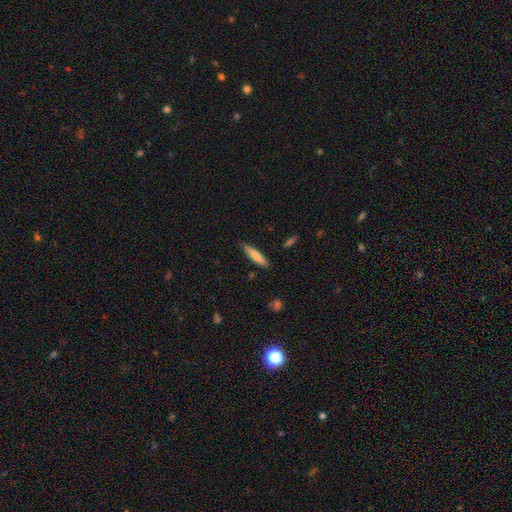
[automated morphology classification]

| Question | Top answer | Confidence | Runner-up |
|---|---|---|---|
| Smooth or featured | smooth | 70% | featured or disk (24%) |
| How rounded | cigar-shaped | 82% | in between (16%) |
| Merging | none | 86% | minor disturbance (11%) |